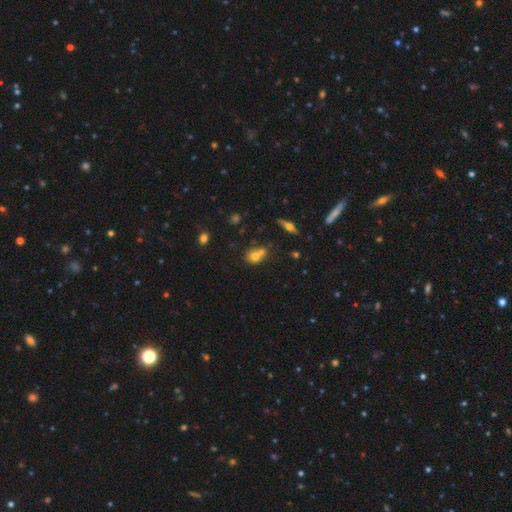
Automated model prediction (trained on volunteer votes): A smooth galaxy with no disk features (69%) that is round (70%).

Vote fractions:
- Smooth or featured? smooth: 69% / featured or disk: 17% / star or artifact: 14%
- How rounded? round: 70% / in between: 28% / cigar-shaped: 2%
- Merging? merger: 45% / none: 42% / minor disturbance: 10% / major disturbance: 4%